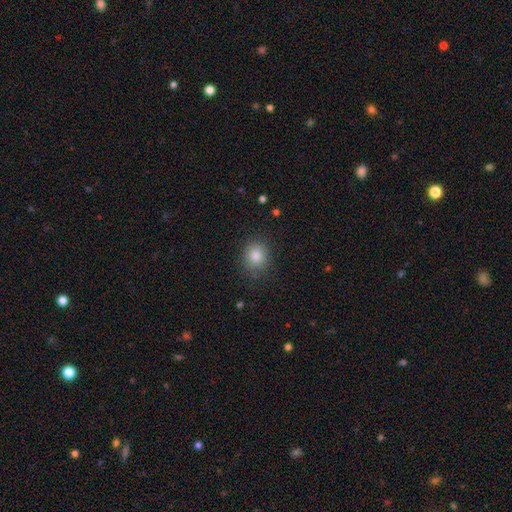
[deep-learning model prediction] smooth-or-featured: smooth: 83% | star or artifact: 12% | featured or disk: 6%
  how-rounded: round: 74% | in between: 25% | cigar-shaped: 1%
  merging: none: 85% | minor disturbance: 10% | major disturbance: 3% | merger: 1%